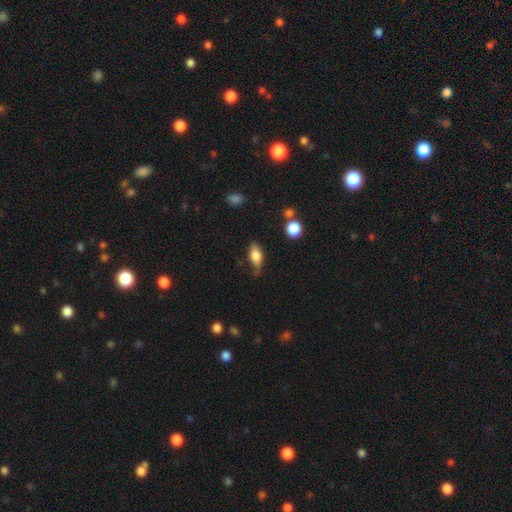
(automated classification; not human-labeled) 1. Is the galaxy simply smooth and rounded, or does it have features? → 72% smooth, 20% featured or disk, 7% star or artifact.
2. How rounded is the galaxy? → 80% in between, 14% cigar-shaped, 5% round.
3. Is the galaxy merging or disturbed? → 67% none, 25% minor disturbance, 6% major disturbance, 2% merger.